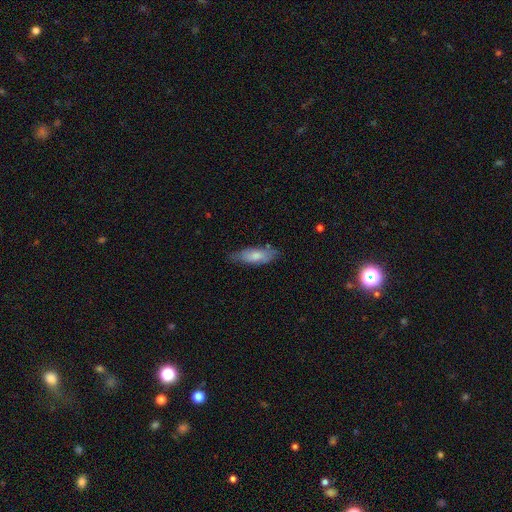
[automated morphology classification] smooth_or_featured: smooth (p=0.72) [alt: featured or disk p=0.22]
how_rounded: in between (p=0.63) [alt: cigar-shaped p=0.35]
merging: none (p=0.68) [alt: minor disturbance p=0.24]